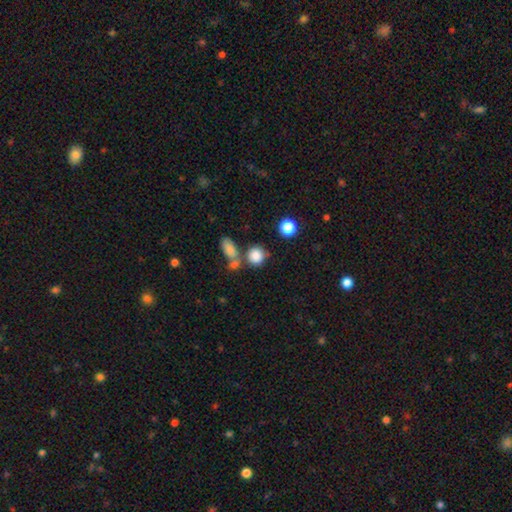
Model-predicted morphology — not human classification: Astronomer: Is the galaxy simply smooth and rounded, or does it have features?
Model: smooth — 83%.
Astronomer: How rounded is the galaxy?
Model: round — 81%.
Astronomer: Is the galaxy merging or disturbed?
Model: none — 60%.